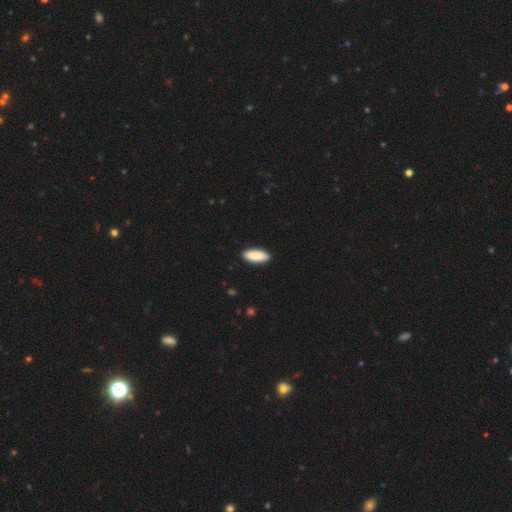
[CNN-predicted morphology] This appears to be a smooth galaxy with no disk features (91%) that is in between round and cigar-shaped (78%). Merging: none (91%).